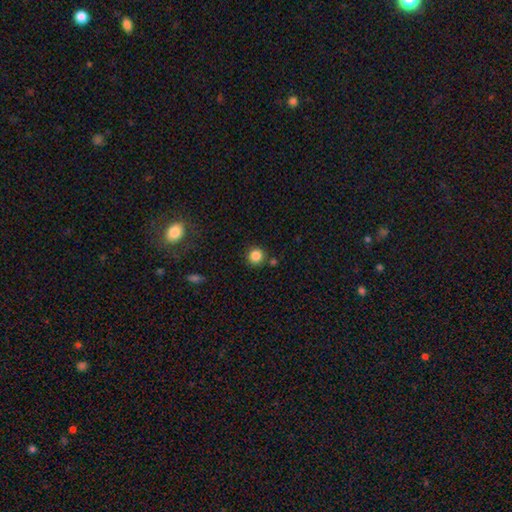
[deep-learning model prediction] This is clearly a smooth galaxy (85%). How rounded: clearly round (94%). Merging: clearly none (84%).